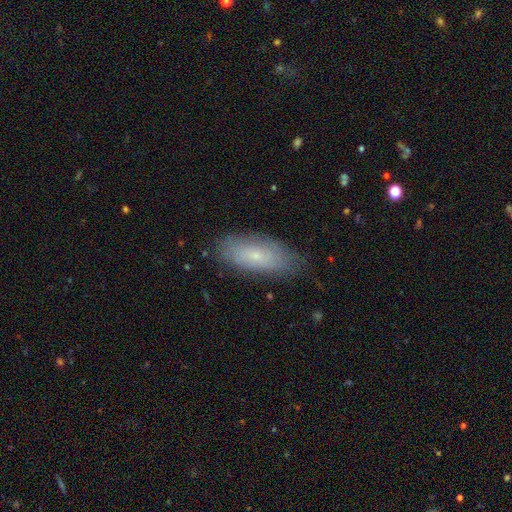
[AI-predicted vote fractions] A smooth galaxy with no disk features (60%) that is in between round and cigar-shaped (79%). Merging: none (79%).